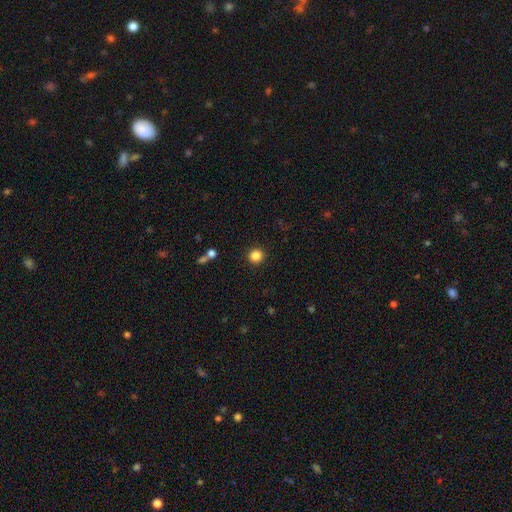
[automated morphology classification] Smooth or featured? smooth (85%)
How rounded? round (94%)
Merging? none (91%)